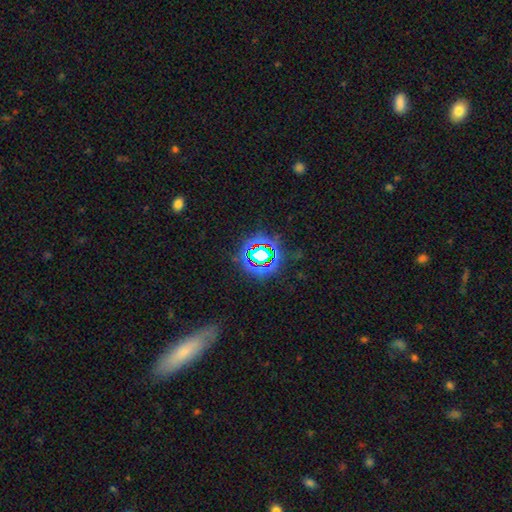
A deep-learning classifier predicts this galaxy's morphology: smooth-or-featured: star or artifact: 72% | smooth: 18% | featured or disk: 10%